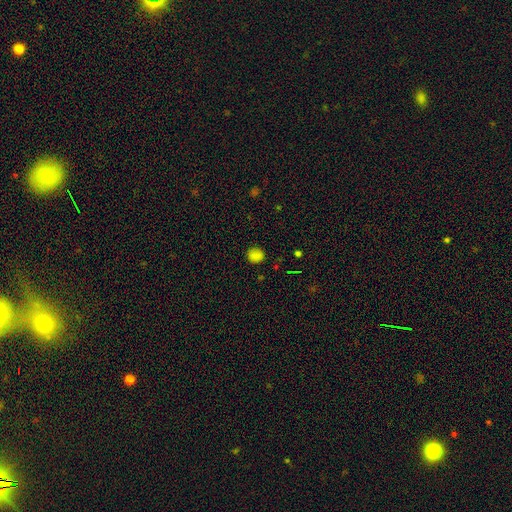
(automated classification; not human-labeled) Morphology: type=smooth (81%); roundness=round (77%); merging=none (86%).